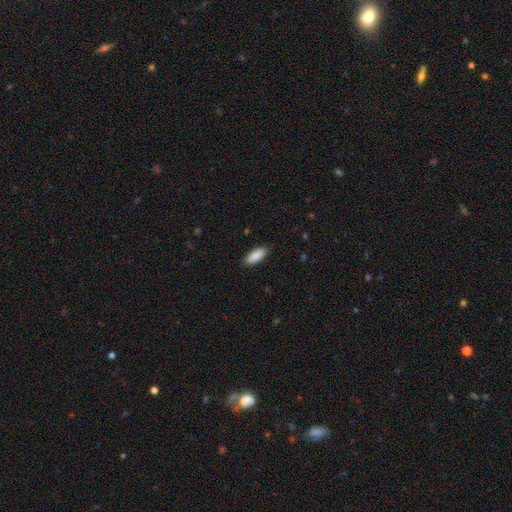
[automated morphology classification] smooth 90%, star or artifact 6%, featured or disk 4%. Down the decision tree: how rounded — in between (83%); merging — none (88%).